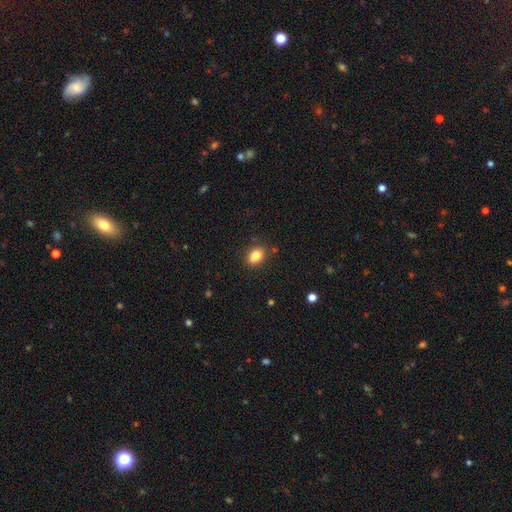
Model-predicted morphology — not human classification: Smooth or featured: smooth — 83% (star or artifact — 10%)
How rounded: in between — 71% (round — 28%)
Merging: none — 84% (minor disturbance — 11%)